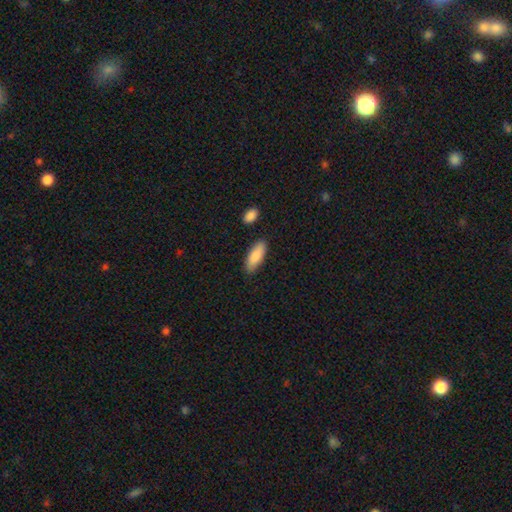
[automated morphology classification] smooth_or_featured: smooth (p=0.88) [alt: featured or disk p=0.07]
how_rounded: in between (p=0.73) [alt: cigar-shaped p=0.25]
merging: none (p=0.84) [alt: minor disturbance p=0.11]